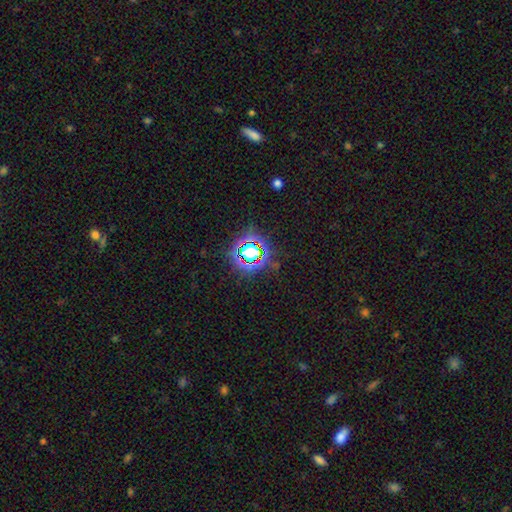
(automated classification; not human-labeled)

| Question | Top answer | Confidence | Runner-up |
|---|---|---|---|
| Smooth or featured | star or artifact | 80% | smooth (13%) |